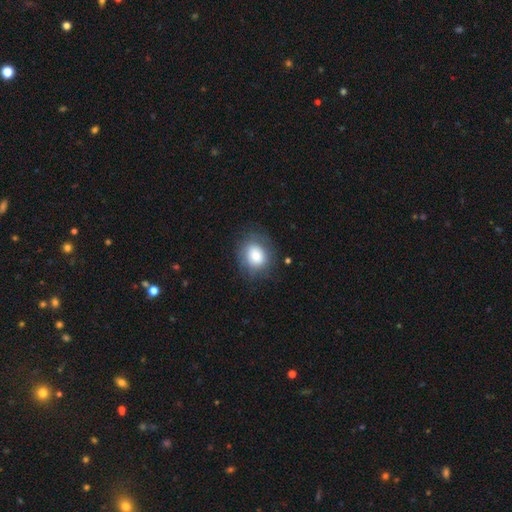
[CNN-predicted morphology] Smooth or featured?
  - smooth: 79% *
  - featured or disk: 13%
  - star or artifact: 9%
How rounded?
  - round: 63% *
  - in between: 36%
  - cigar-shaped: 1%
Merging?
  - none: 77% *
  - minor disturbance: 15%
  - major disturbance: 6%
  - merger: 1%